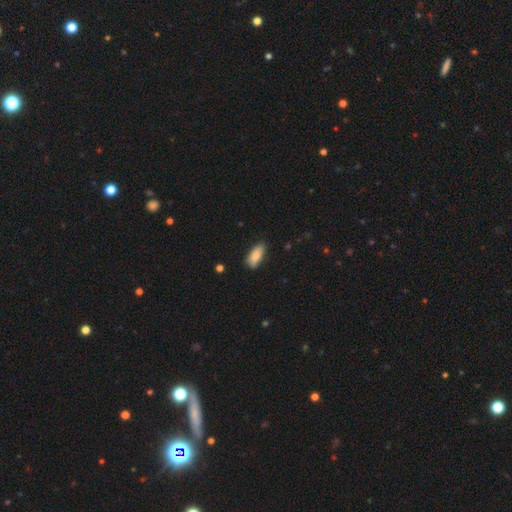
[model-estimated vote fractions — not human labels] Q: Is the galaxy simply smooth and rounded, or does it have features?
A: smooth — 87%.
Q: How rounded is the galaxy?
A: in between — 82%.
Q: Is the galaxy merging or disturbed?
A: none — 77%.